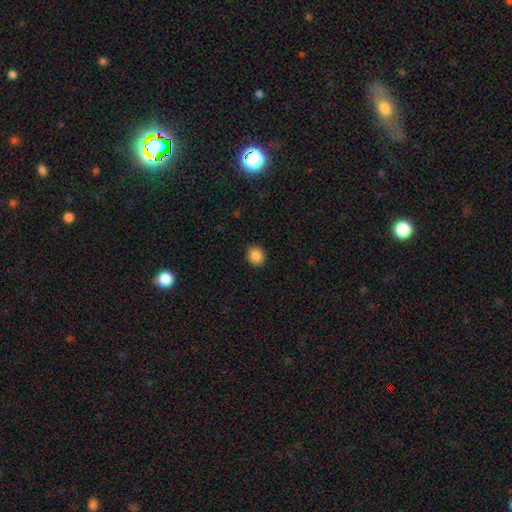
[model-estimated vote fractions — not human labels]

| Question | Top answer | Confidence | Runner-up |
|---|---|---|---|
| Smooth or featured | smooth | 86% | star or artifact (10%) |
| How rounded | round | 81% | in between (18%) |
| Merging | none | 91% | minor disturbance (6%) |